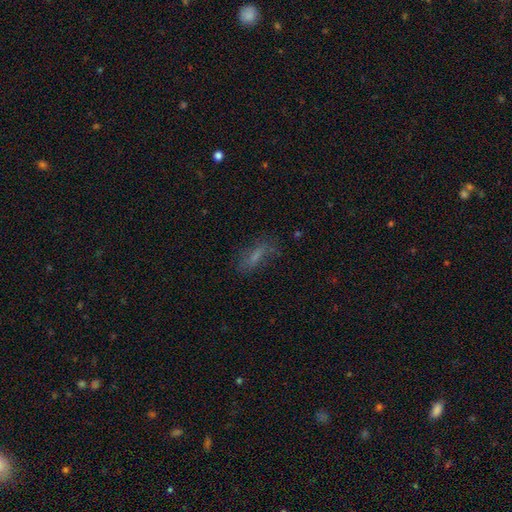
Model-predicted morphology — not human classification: smooth-or-featured: smooth: 54% | featured or disk: 30% | star or artifact: 16%
  how-rounded: in between: 56% | cigar-shaped: 40% | round: 4%
  merging: none: 65% | minor disturbance: 20% | major disturbance: 12% | merger: 2%